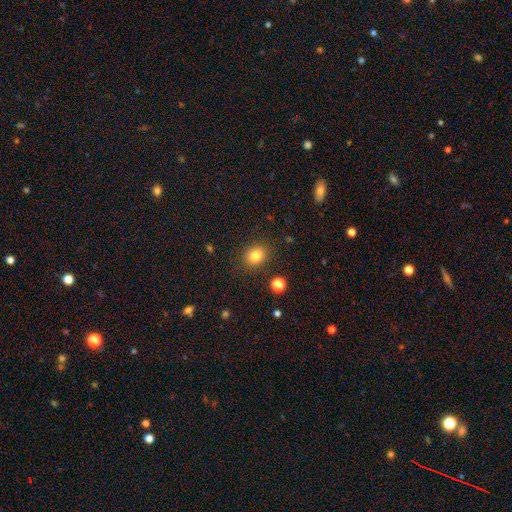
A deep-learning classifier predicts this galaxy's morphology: Smooth or featured: smooth — 81% (star or artifact — 12%)
How rounded: round — 63% (in between — 36%)
Merging: none — 86% (minor disturbance — 9%)